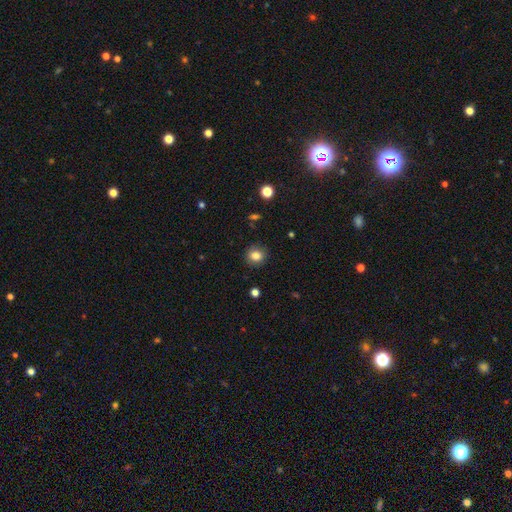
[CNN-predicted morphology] A smooth galaxy with no disk features (83%) that is round (81%). Merging: none (88%).